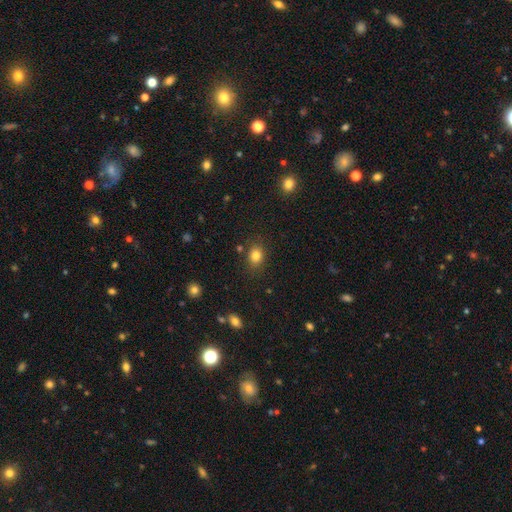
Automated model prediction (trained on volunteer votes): smooth 82%, star or artifact 12%, featured or disk 6%. Down the decision tree: how rounded — in between (51%); merging — none (81%).